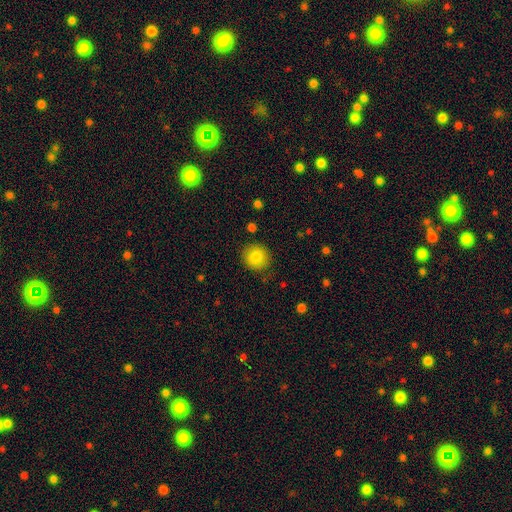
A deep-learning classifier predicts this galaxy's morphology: A smooth galaxy with no disk features (84%) that is round (90%). Merging: none (86%).